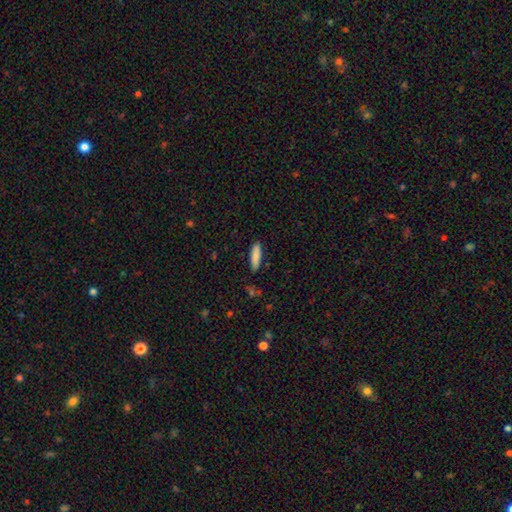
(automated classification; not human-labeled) Morphology: type=smooth (86%); roundness=cigar-shaped (61%); merging=none (86%).